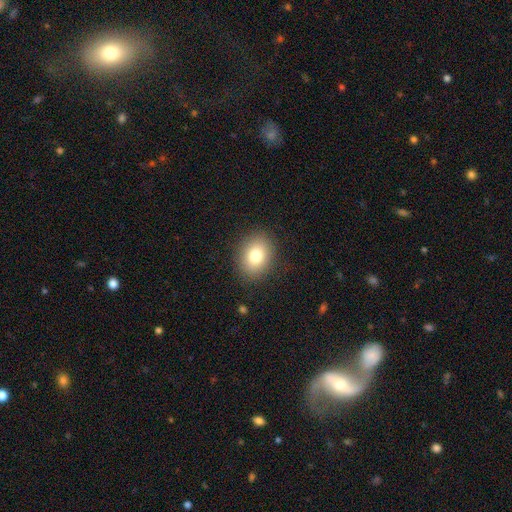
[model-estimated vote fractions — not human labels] Smooth or featured: smooth — 79% (featured or disk — 11%)
How rounded: in between — 60% (round — 38%)
Merging: none — 90% (minor disturbance — 7%)